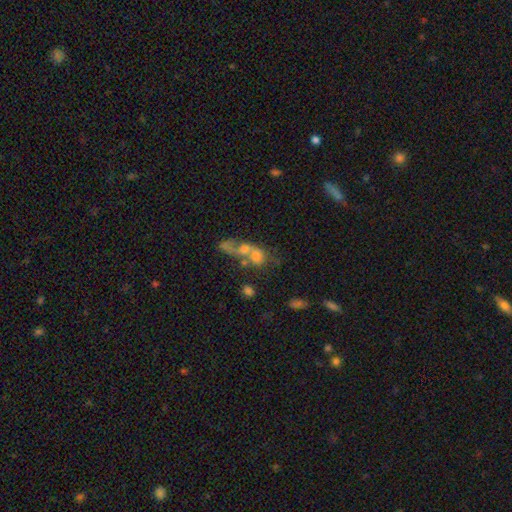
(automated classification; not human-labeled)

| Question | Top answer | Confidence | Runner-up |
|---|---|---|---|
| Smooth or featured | smooth | 49% | featured or disk (35%) |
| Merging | merger | 62% | none (16%) |